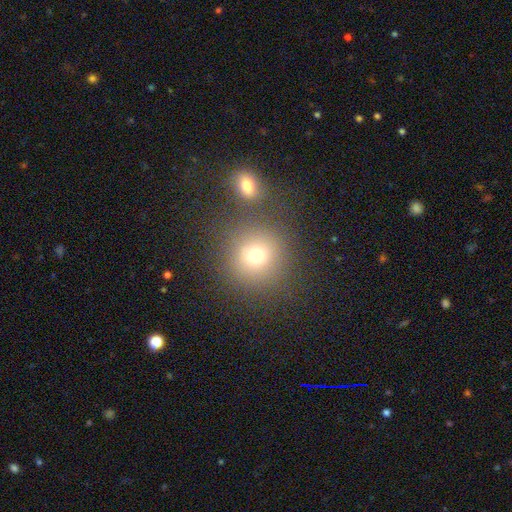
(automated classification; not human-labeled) The model was most divided on "merging": none: 72%, merger: 15%, minor disturbance: 9%, major disturbance: 4%. More confident: how rounded — round (90%); smooth or featured — smooth (74%).